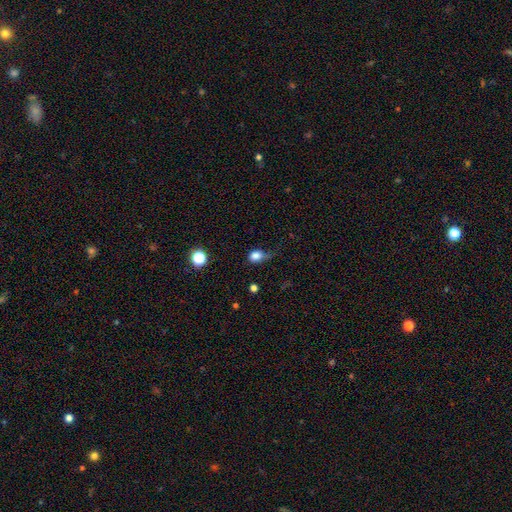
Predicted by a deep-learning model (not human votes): A smooth galaxy with no disk features (81%) that is in between round and cigar-shaped (55%). Merging: none (38%).